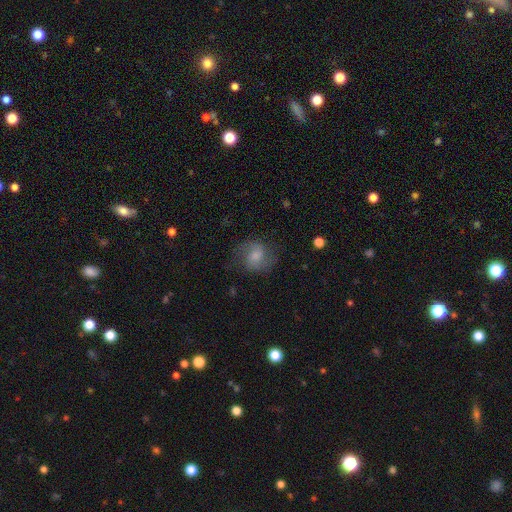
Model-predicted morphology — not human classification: The model was most divided on "smooth or featured": featured or disk: 51%, smooth: 40%, star or artifact: 9%. More confident: edge-on disk — no (97%); merging — none (67%).